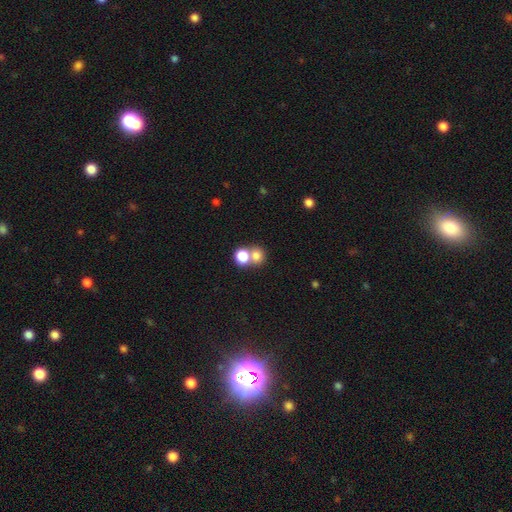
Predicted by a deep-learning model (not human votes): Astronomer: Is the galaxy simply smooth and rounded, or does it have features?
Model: smooth — 77%.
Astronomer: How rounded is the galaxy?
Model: round — 75%.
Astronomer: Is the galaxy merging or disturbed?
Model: merger — 50% (runner-up: none, 41%).